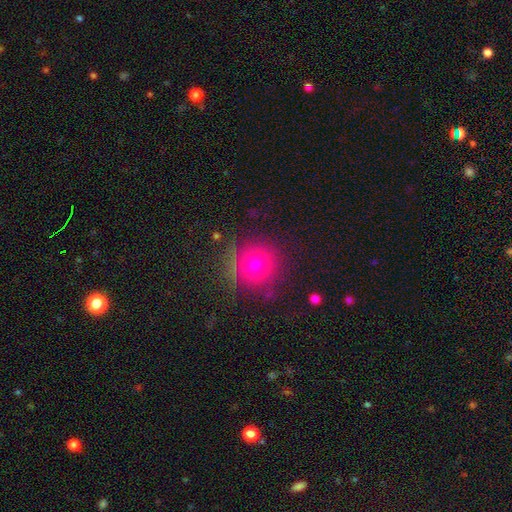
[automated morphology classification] A smooth galaxy with no disk features (64%) that is round (93%).

Vote fractions:
- Smooth or featured? smooth: 64% / star or artifact: 23% / featured or disk: 13%
- How rounded? round: 93% / in between: 6% / cigar-shaped: 1%
- Merging? none: 80% / minor disturbance: 13% / major disturbance: 5% / merger: 3%